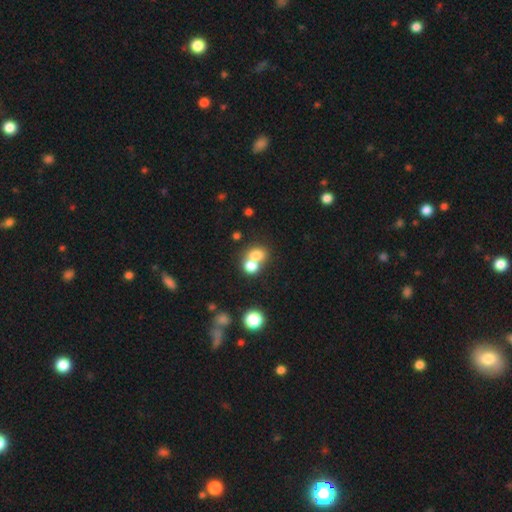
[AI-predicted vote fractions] smooth_or_featured: smooth (p=0.73) [alt: featured or disk p=0.14]
how_rounded: round (p=0.59) [alt: in between p=0.40]
merging: merger (p=0.59) [alt: none p=0.31]